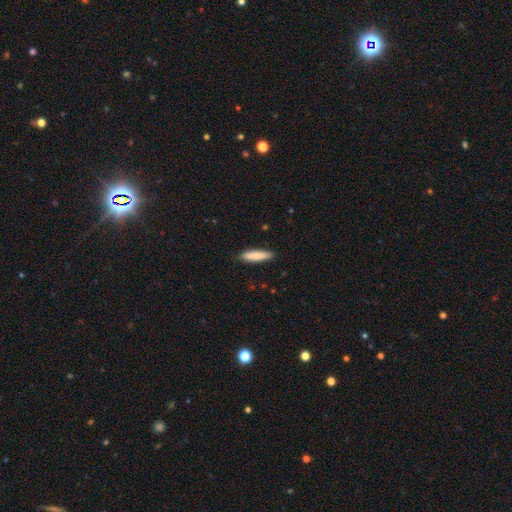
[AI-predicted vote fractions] Smooth or featured? smooth (84%)
How rounded? cigar-shaped (76%)
Merging? none (89%)